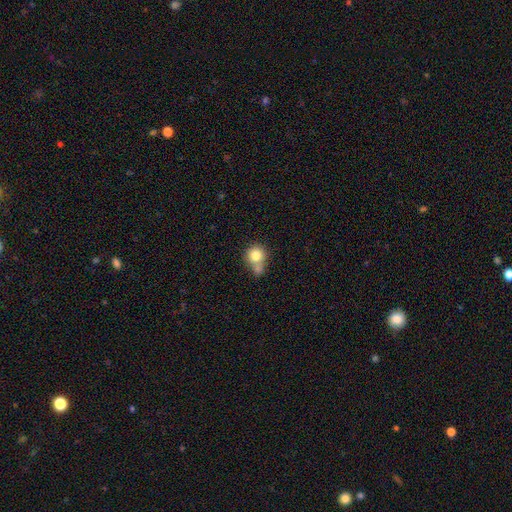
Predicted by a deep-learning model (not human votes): Morphology: type=smooth (80%); roundness=round (85%); merging=merger (40%, tied with none).